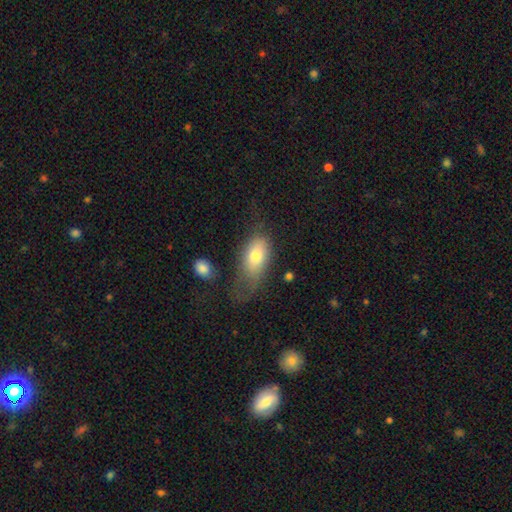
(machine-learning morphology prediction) Smooth or featured: smooth — 73% (featured or disk — 19%)
How rounded: in between — 88% (round — 7%)
Merging: none — 36% (major disturbance — 30%)